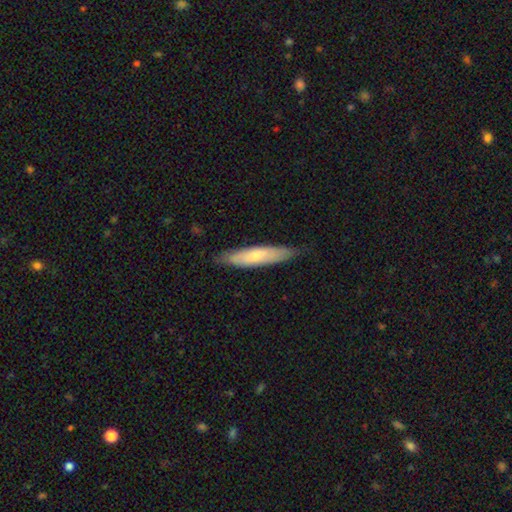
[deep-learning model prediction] This is likely a smooth galaxy (62%). How rounded: likely cigar-shaped (79%). Merging: clearly none (81%).